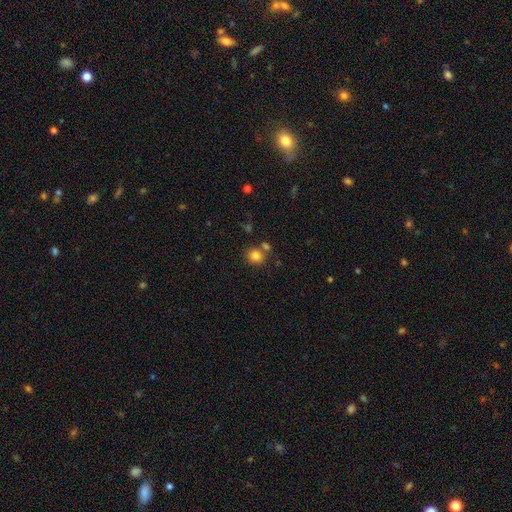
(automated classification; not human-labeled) smooth-or-featured: smooth: 81% | star or artifact: 12% | featured or disk: 7%
  how-rounded: round: 79% | in between: 20% | cigar-shaped: 1%
  merging: none: 72% | merger: 15% | minor disturbance: 9% | major disturbance: 3%